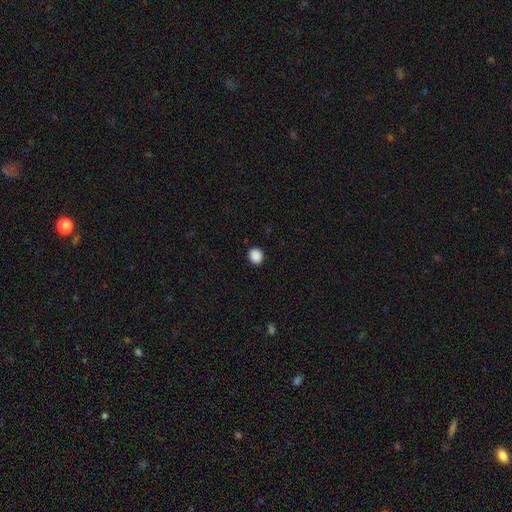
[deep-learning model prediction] smooth-or-featured: smooth: 89% | star or artifact: 9% | featured or disk: 2%
  how-rounded: round: 76% | in between: 23% | cigar-shaped: 1%
  merging: none: 91% | minor disturbance: 6% | major disturbance: 2% | merger: 1%